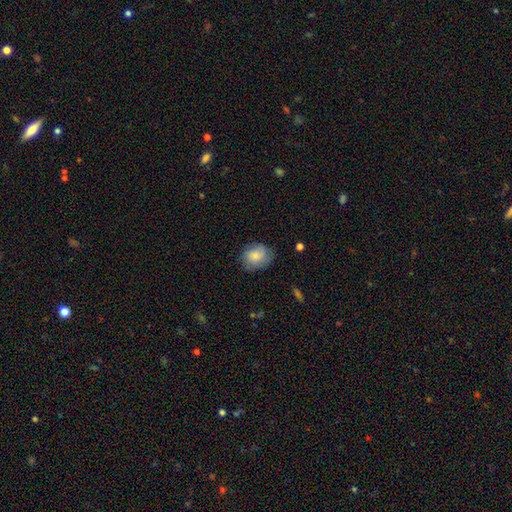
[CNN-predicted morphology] Smooth or featured? Predicted: smooth (p=0.77). How rounded? Predicted: round (p=0.53). Merging? Predicted: none (p=0.75).